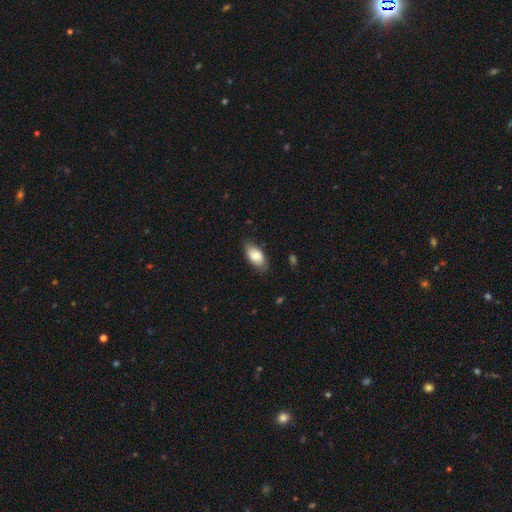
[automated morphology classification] A smooth galaxy with no disk features (78%) that is in between round and cigar-shaped (92%). Merging: none (78%).